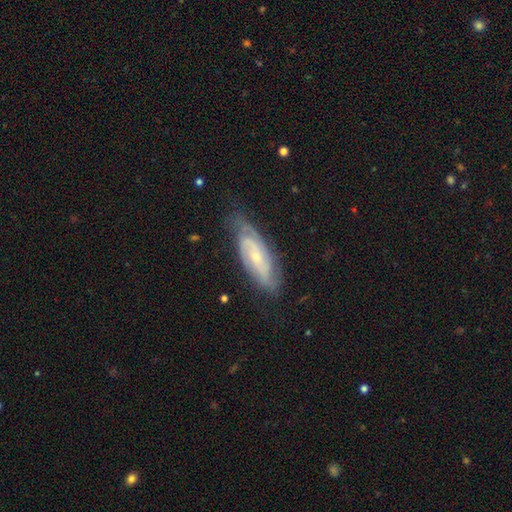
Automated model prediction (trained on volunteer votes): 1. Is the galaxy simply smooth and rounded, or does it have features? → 80% featured or disk, 14% smooth, 6% star or artifact.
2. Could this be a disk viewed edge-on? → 88% no, 12% yes.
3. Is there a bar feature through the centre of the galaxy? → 57% no, 34% weak, 9% strong.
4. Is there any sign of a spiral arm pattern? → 94% yes, 6% no.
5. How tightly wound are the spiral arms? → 54% tight, 36% medium, 10% loose.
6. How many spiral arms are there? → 48% 2, 29% can't tell, 13% 3, 4% 4, 4% 1, 3% more than 4.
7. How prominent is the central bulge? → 67% small, 29% moderate, 2% none, 1% large, 1% dominant.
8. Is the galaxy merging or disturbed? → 71% none, 22% minor disturbance, 6% major disturbance, 1% merger.